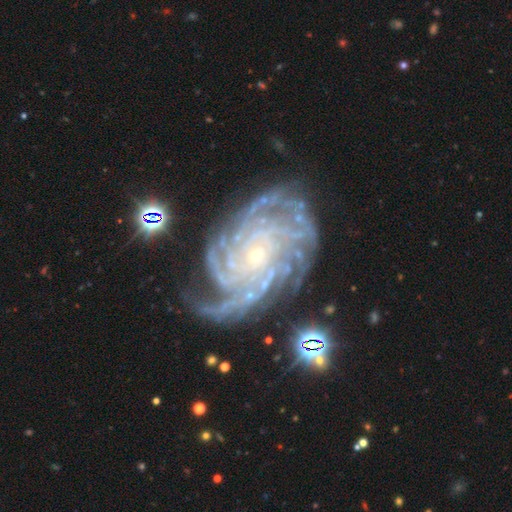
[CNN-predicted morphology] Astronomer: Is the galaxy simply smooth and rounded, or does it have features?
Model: featured or disk — 91%.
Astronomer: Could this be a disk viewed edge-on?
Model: no — 97%.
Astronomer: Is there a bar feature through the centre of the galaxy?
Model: no — 76%.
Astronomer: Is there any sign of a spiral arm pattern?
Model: yes — 98%.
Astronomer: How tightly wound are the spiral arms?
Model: tight — 75%.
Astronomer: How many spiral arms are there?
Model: more than 4 — 31% (runner-up: 4, 27%).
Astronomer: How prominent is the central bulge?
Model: small — 85%.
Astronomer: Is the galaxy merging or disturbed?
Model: none — 72%.